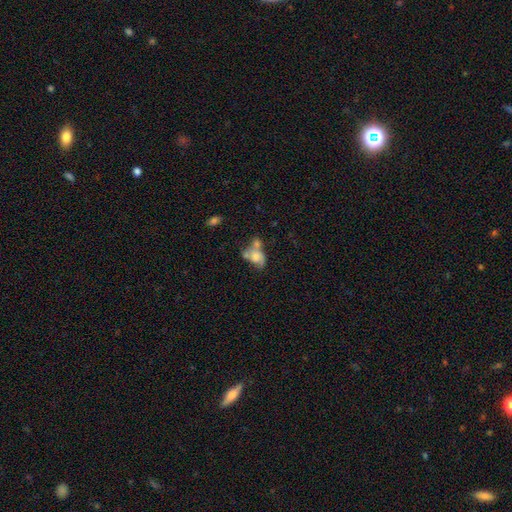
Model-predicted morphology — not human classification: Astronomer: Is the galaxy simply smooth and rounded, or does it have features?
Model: smooth — 58%.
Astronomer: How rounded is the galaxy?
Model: in between — 74%.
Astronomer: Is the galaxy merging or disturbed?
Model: merger — 49%.